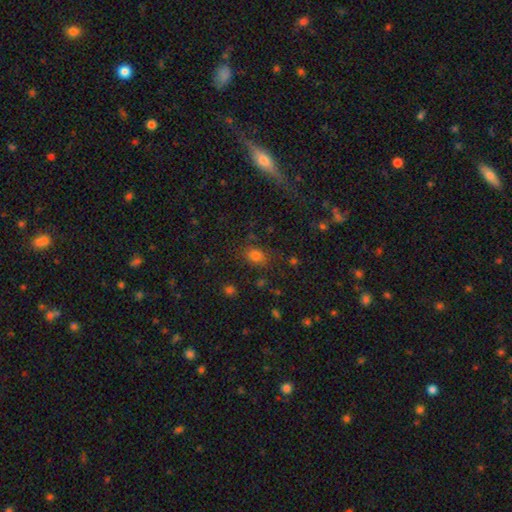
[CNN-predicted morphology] A smooth galaxy with no disk features (74%) that is in between round and cigar-shaped (59%).

Vote fractions:
- Smooth or featured? smooth: 74% / star or artifact: 18% / featured or disk: 8%
- How rounded? in between: 59% / round: 40% / cigar-shaped: 1%
- Merging? none: 77% / minor disturbance: 14% / major disturbance: 5% / merger: 3%